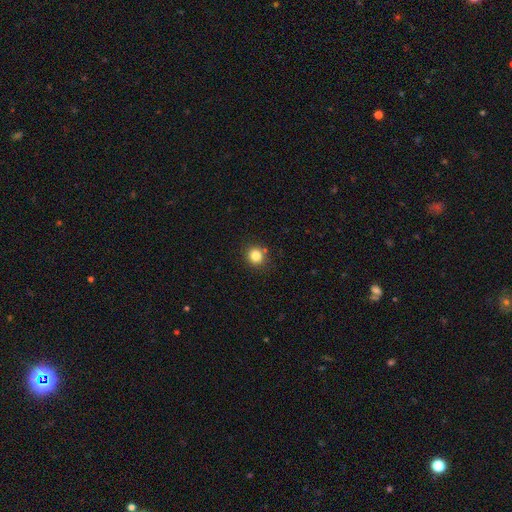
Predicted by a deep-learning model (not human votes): Smooth or featured: smooth — 83% (star or artifact — 12%)
How rounded: round — 87% (in between — 12%)
Merging: none — 86% (minor disturbance — 8%)